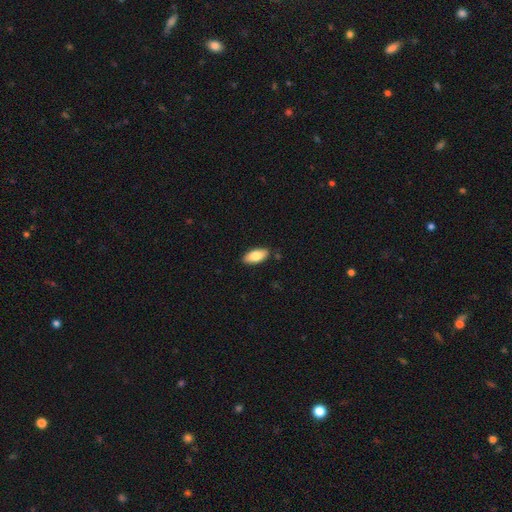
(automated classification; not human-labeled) A smooth galaxy with no disk features (82%) that is in between round and cigar-shaped (89%).

Vote fractions:
- Smooth or featured? smooth: 82% / featured or disk: 12% / star or artifact: 6%
- How rounded? in between: 89% / cigar-shaped: 9% / round: 2%
- Merging? none: 86% / minor disturbance: 11% / major disturbance: 2% / merger: 1%